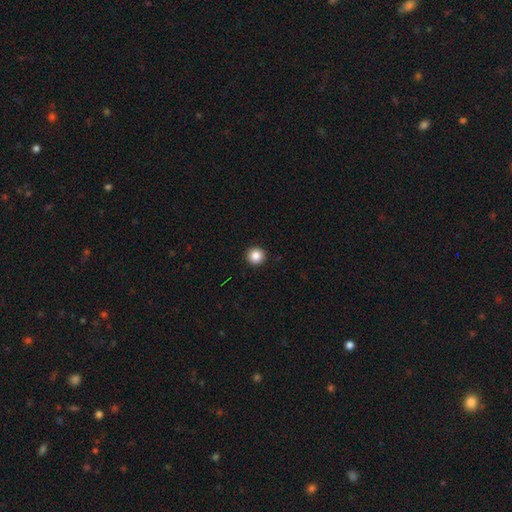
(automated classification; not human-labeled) Morphology: type=smooth (87%); roundness=round (95%); merging=none (94%).